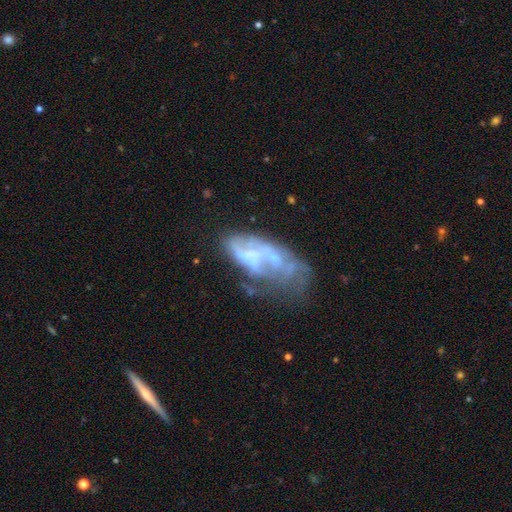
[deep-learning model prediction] smooth-or-featured: featured or disk: 66% | smooth: 23% | star or artifact: 11%
  disk-edge-on: no: 95% | yes: 5%
    bar: no: 77% | weak: 17% | strong: 6%
    has-spiral-arms: no: 73% | yes: 27%
    bulge-size: none: 51% | small: 29% | moderate: 16% | large: 2% | dominant: 1%
  merging: major disturbance: 32% | none: 30% | minor disturbance: 22% | merger: 17%